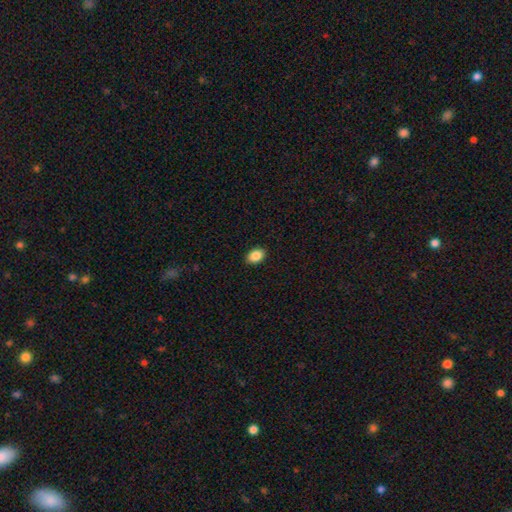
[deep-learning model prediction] The model was most divided on "how rounded": in between: 84%, round: 15%, cigar-shaped: 1%. More confident: merging — none (91%); smooth or featured — smooth (88%).